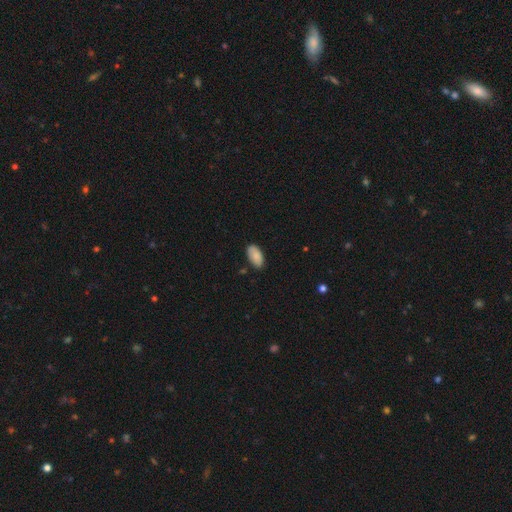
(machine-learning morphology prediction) The model was most divided on "merging": none: 82%, minor disturbance: 14%, major disturbance: 2%, merger: 2%. More confident: how rounded — in between (95%); smooth or featured — smooth (87%).